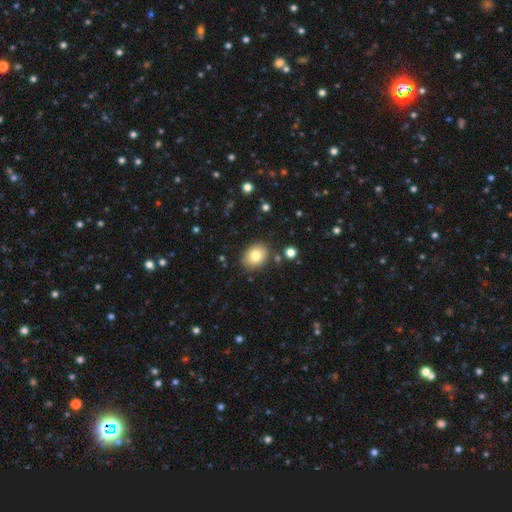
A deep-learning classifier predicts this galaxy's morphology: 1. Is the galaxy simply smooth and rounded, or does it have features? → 80% smooth, 11% featured or disk, 10% star or artifact.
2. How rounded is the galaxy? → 53% in between, 46% round, 1% cigar-shaped.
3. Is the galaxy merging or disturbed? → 84% none, 10% minor disturbance, 3% merger, 3% major disturbance.